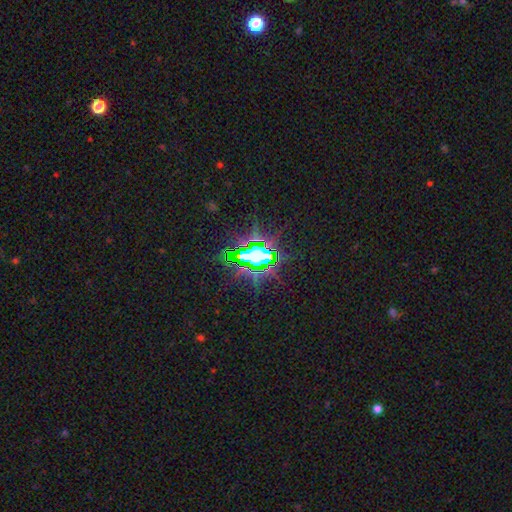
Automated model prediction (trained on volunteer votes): Smooth or featured?
  - star or artifact: 79% *
  - smooth: 10%
  - featured or disk: 10%